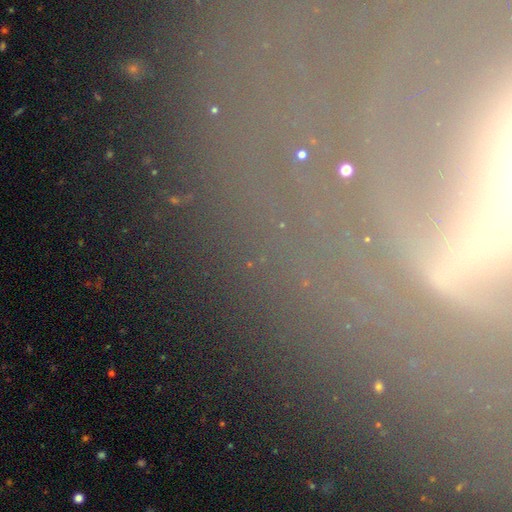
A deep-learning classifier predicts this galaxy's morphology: smooth-or-featured: featured or disk: 46% | star or artifact: 35% | smooth: 19%
  merging: none: 71% | minor disturbance: 13% | major disturbance: 10% | merger: 7%